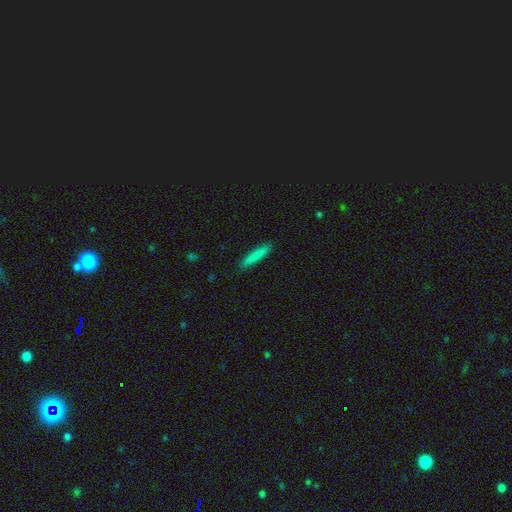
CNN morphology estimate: type=smooth (83%); roundness=cigar-shaped (91%); merging=none (89%).